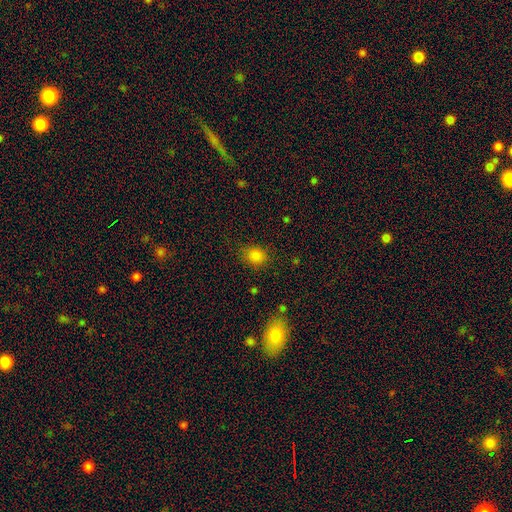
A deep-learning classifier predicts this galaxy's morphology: Smooth or featured: smooth — 84% (star or artifact — 12%)
How rounded: round — 70% (in between — 29%)
Merging: none — 82% (minor disturbance — 12%)